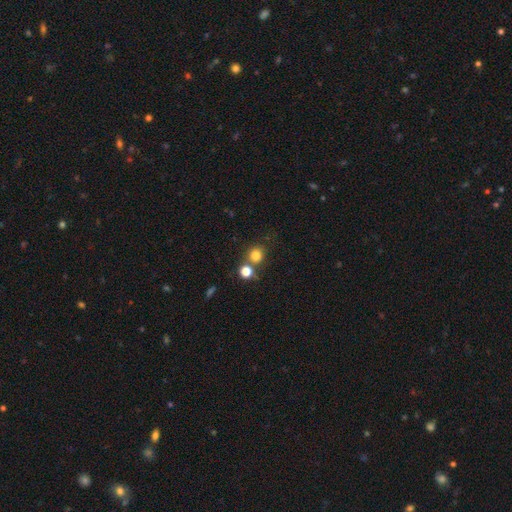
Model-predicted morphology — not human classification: Overall: smooth (79%). How rounded: round (87%). Merging: none (65%).